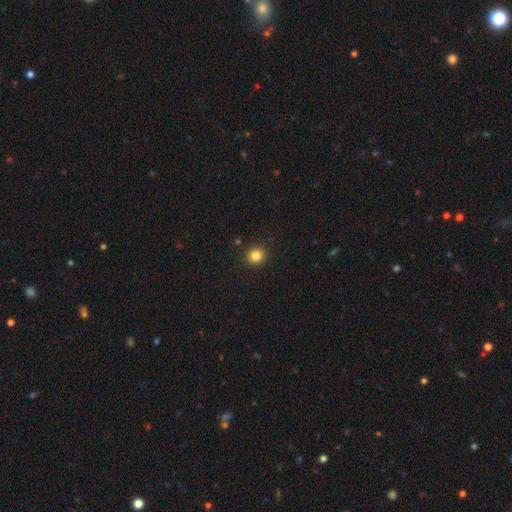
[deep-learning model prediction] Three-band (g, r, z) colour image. It shows a smooth galaxy with no disk features (83%) that is round (88%). Merging: none (91%).